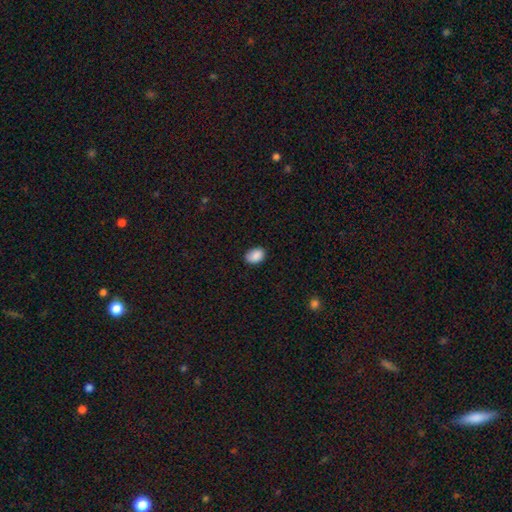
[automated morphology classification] Smooth or featured?
  - smooth: 90% *
  - star or artifact: 7%
  - featured or disk: 3%
How rounded?
  - in between: 83% *
  - round: 16%
  - cigar-shaped: 1%
Merging?
  - none: 84% *
  - minor disturbance: 13%
  - major disturbance: 2%
  - merger: 1%